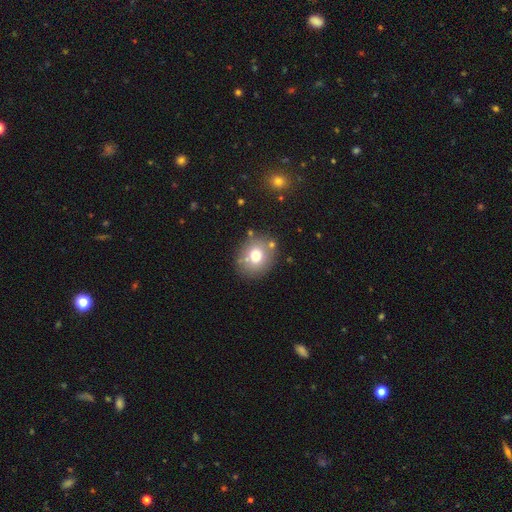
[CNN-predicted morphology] Smooth or featured?
  - smooth: 72% *
  - featured or disk: 16%
  - star or artifact: 12%
How rounded?
  - round: 72% *
  - in between: 27%
  - cigar-shaped: 1%
Merging?
  - none: 77% *
  - minor disturbance: 12%
  - merger: 7%
  - major disturbance: 4%